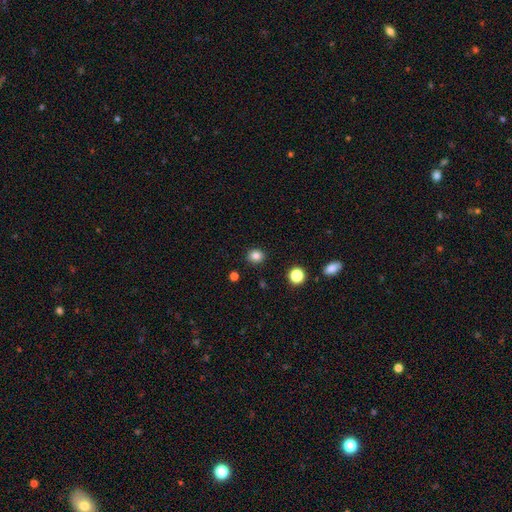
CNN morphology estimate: smooth 83%, star or artifact 12%, featured or disk 4%. Down the decision tree: how rounded — round (81%); merging — none (90%).